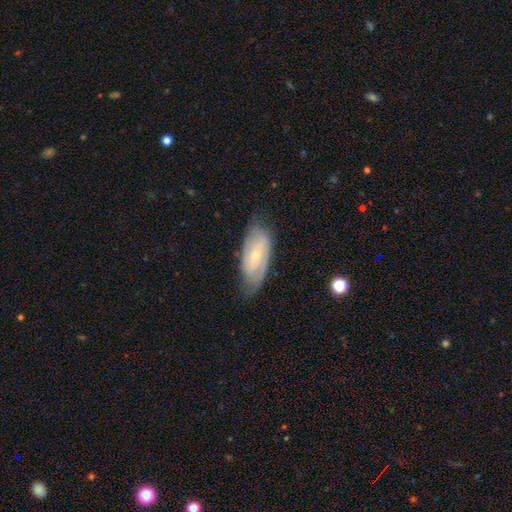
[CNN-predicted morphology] Q: Smooth or featured?
A: featured or disk (70%); runner-up: smooth (23%)
Q: Edge-on disk?
A: no (92%); runner-up: yes (8%)
Q: Bar?
A: no (46%); runner-up: weak (40%)
Q: Spiral arms?
A: yes (86%); runner-up: no (14%)
Q: Spiral winding?
A: tight (49%); runner-up: medium (38%)
Q: Spiral arm count?
A: 2 (59%); runner-up: can't tell (28%)
Q: Bulge size?
A: small (68%); runner-up: moderate (29%)
Q: Merging?
A: none (72%); runner-up: minor disturbance (21%)